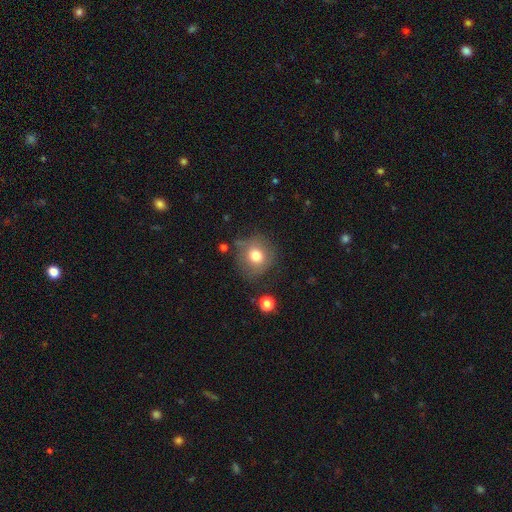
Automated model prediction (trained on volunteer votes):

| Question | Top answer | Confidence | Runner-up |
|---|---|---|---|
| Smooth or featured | smooth | 75% | featured or disk (14%) |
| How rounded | round | 87% | in between (12%) |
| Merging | none | 70% | minor disturbance (19%) |